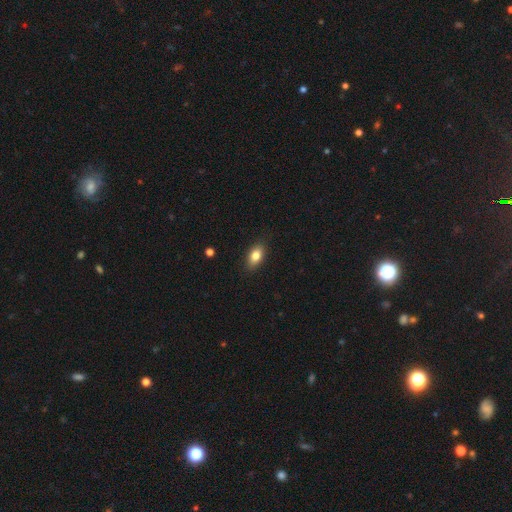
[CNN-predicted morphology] Q: Smooth or featured?
A: smooth (81%); runner-up: featured or disk (11%)
Q: How rounded?
A: in between (87%); runner-up: round (9%)
Q: Merging?
A: none (86%); runner-up: minor disturbance (10%)